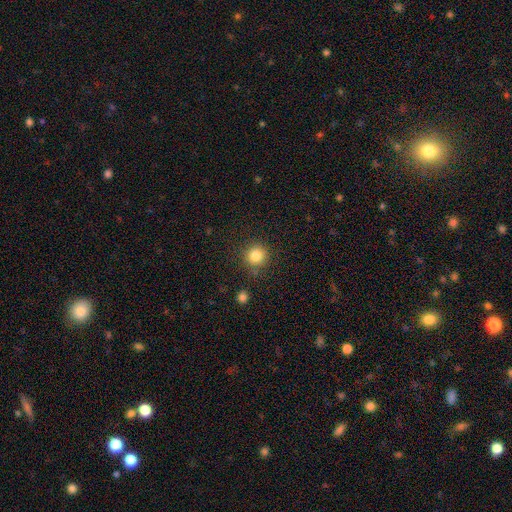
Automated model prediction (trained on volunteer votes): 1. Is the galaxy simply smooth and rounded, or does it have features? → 83% smooth, 11% star or artifact, 5% featured or disk.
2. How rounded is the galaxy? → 93% round, 6% in between, 1% cigar-shaped.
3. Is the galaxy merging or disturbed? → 86% none, 8% minor disturbance, 3% major disturbance, 3% merger.